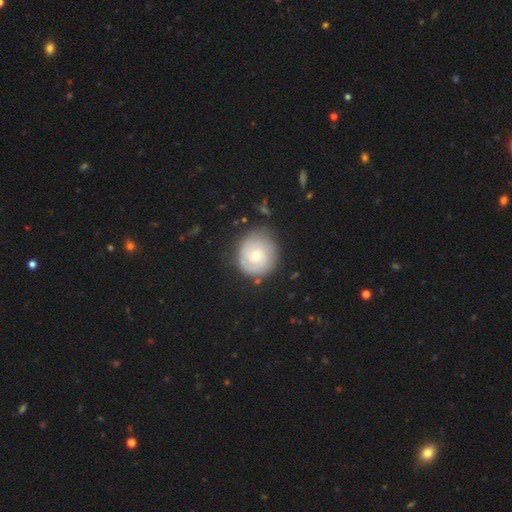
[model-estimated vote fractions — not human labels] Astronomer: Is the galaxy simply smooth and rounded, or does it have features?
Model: featured or disk — 48% (runner-up: smooth, 45%).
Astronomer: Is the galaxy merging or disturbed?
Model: none — 71%.